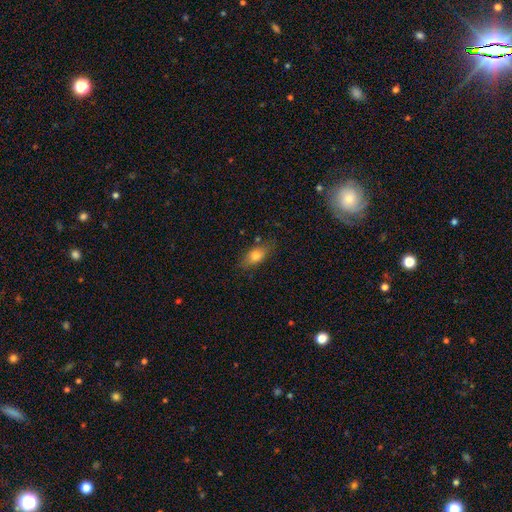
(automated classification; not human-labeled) A smooth galaxy with no disk features (75%) that is in between round and cigar-shaped (82%). Merging: none (75%).